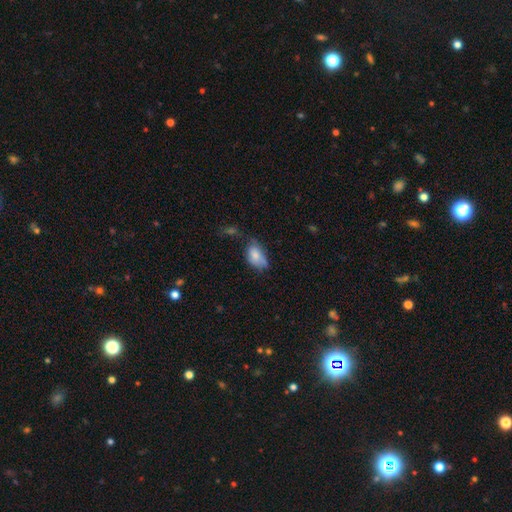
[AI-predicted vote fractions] smooth_or_featured: smooth (p=0.75) [alt: featured or disk p=0.17]
how_rounded: in between (p=0.90) [alt: round p=0.08]
merging: none (p=0.38) [tied with: minor disturbance p=0.38]